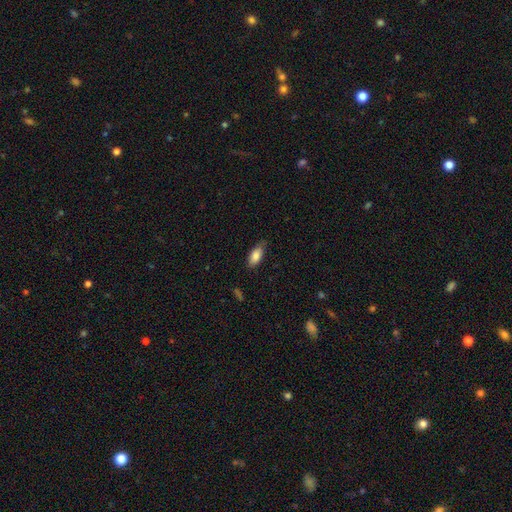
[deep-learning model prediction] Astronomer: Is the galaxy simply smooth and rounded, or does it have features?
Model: smooth — 84%.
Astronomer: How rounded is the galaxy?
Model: in between — 85%.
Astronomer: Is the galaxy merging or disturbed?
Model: none — 72%.